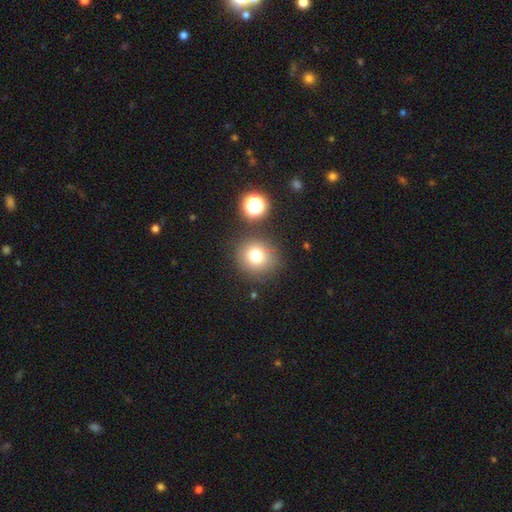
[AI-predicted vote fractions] Q: Smooth or featured?
A: smooth (74%); runner-up: star or artifact (15%)
Q: How rounded?
A: round (90%); runner-up: in between (9%)
Q: Merging?
A: none (81%); runner-up: minor disturbance (9%)